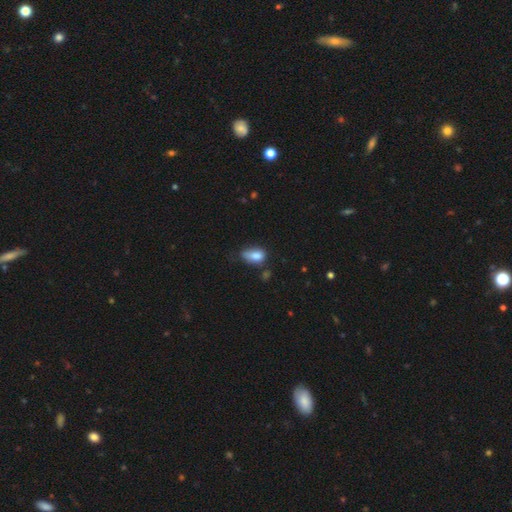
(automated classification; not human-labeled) This is likely a smooth galaxy (79%). How rounded: clearly in between (84%). Merging: marginally minor disturbance (41%).